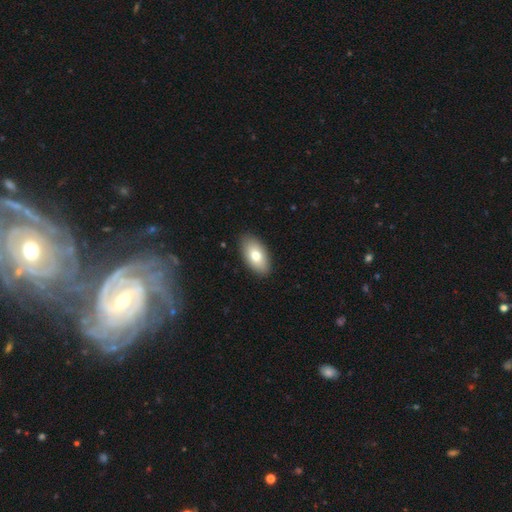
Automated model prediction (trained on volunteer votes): Overall: smooth (75%). How rounded: in between (94%). Merging: none (89%).